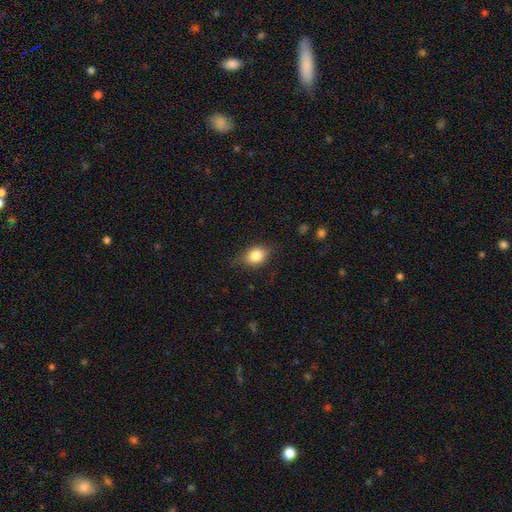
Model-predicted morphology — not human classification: Smooth or featured? smooth (81%)
How rounded? in between (65%)
Merging? none (74%)